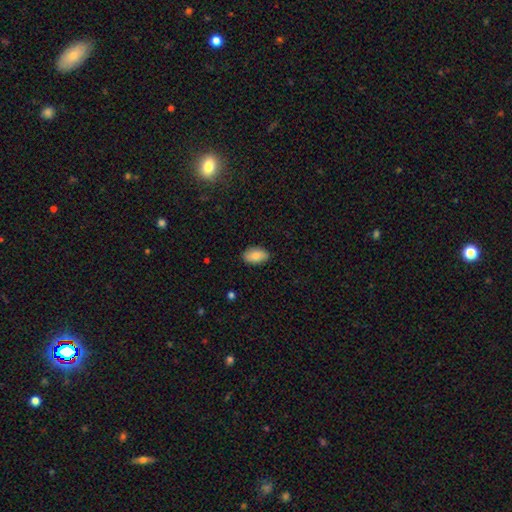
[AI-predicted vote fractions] smooth 85%, featured or disk 8%, star or artifact 7%. Down the decision tree: how rounded — in between (93%); merging — none (87%).